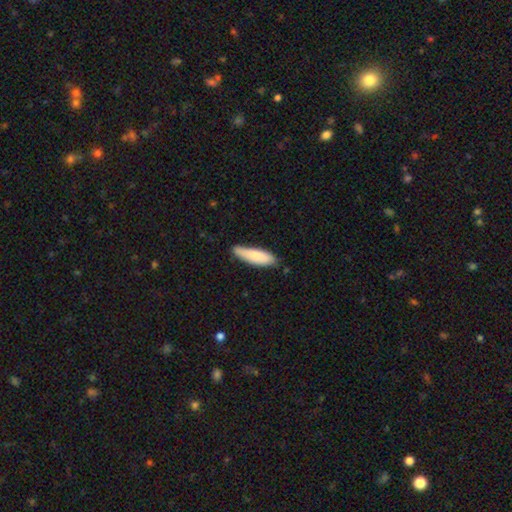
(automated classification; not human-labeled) Q: Smooth or featured?
A: smooth (81%); runner-up: featured or disk (14%)
Q: How rounded?
A: cigar-shaped (58%); runner-up: in between (40%)
Q: Merging?
A: none (75%); runner-up: minor disturbance (21%)